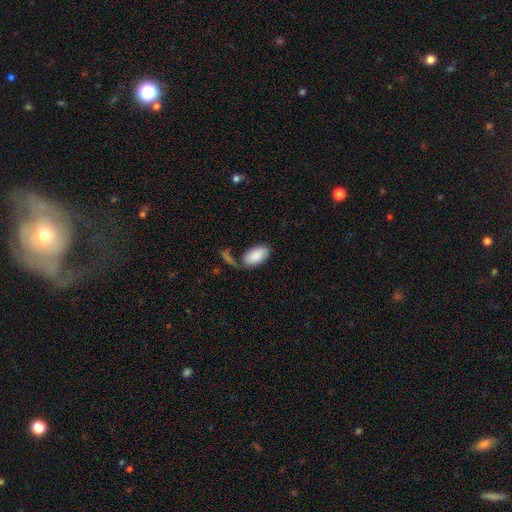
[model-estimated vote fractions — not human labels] smooth 87%, featured or disk 7%, star or artifact 6%. Down the decision tree: how rounded — in between (95%); merging — none (61%).